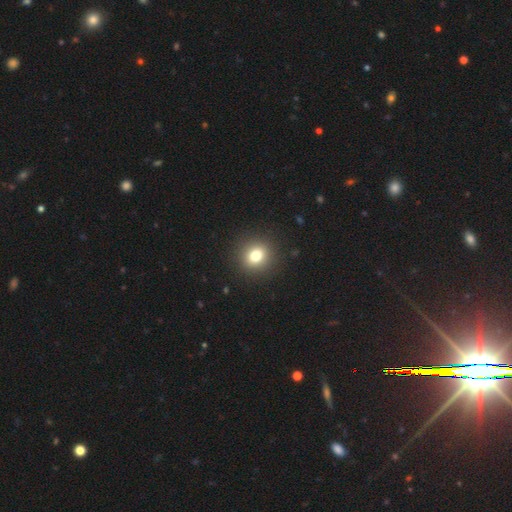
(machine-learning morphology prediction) This is likely a smooth galaxy (78%). How rounded: clearly round (86%). Merging: clearly none (91%).